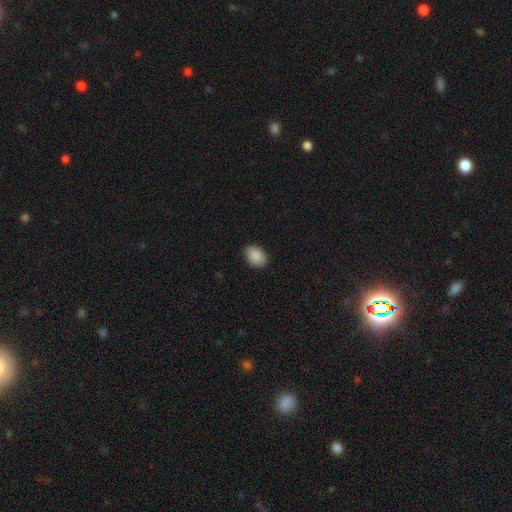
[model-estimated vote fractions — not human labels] smooth-or-featured: smooth: 90% | star or artifact: 7% | featured or disk: 3%
  how-rounded: in between: 81% | round: 18% | cigar-shaped: 1%
  merging: none: 86% | minor disturbance: 11% | major disturbance: 2% | merger: 1%